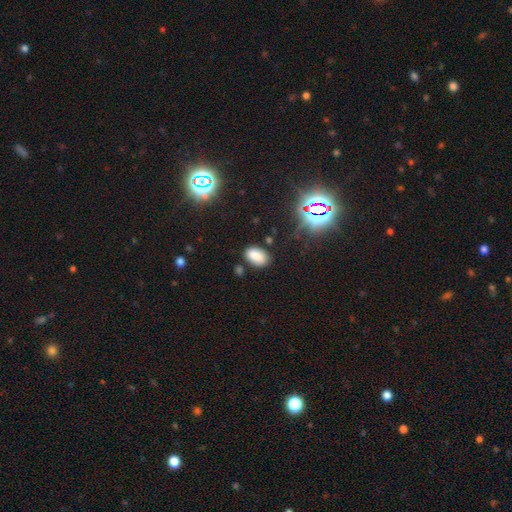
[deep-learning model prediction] Overall: smooth (80%). How rounded: in between (90%). Merging: none (79%).